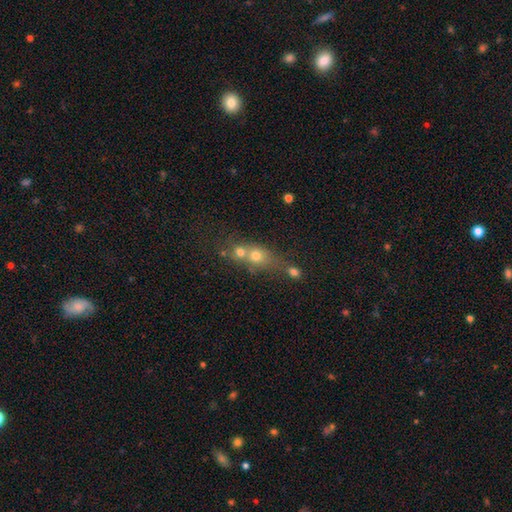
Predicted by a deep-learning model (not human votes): Overall: smooth (62%). How rounded: round (62%; in between 32%). Merging: merger (58%; none 29%).